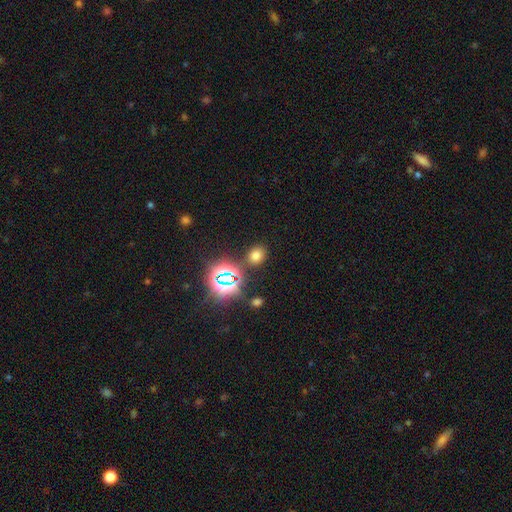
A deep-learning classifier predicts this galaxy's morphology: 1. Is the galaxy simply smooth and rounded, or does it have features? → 65% smooth, 29% star or artifact, 7% featured or disk.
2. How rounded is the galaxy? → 58% round, 41% in between, 1% cigar-shaped.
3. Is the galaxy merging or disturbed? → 82% none, 9% minor disturbance, 5% merger, 4% major disturbance.